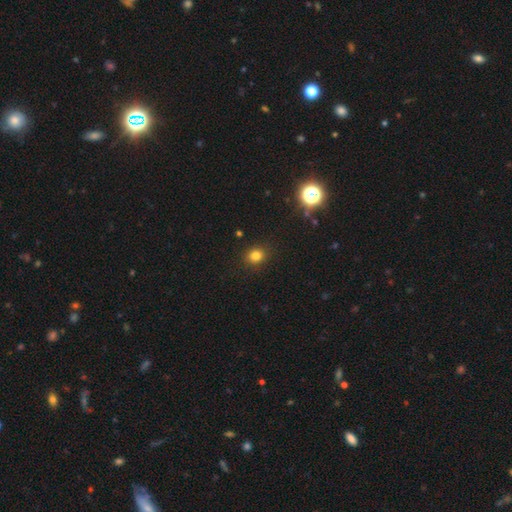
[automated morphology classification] A smooth galaxy with no disk features (81%) that is round (71%). Merging: none (89%).